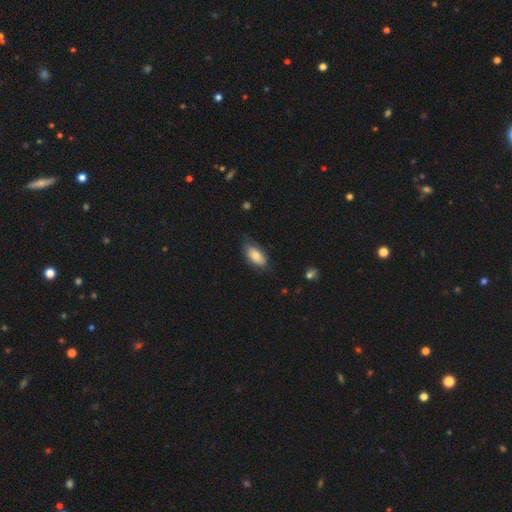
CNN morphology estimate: The model was most divided on "merging": none: 70%, minor disturbance: 24%, major disturbance: 5%, merger: 1%. More confident: how rounded — in between (89%); smooth or featured — smooth (78%).